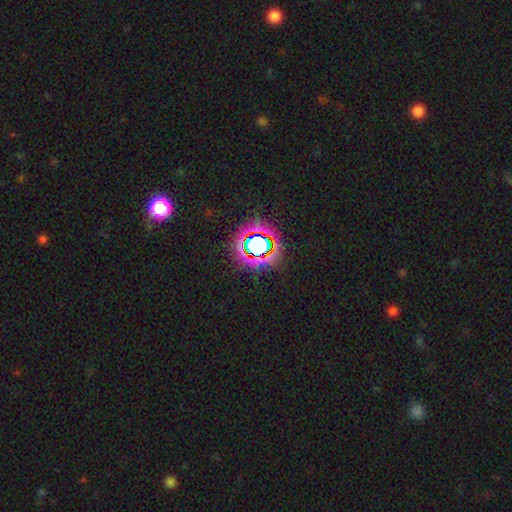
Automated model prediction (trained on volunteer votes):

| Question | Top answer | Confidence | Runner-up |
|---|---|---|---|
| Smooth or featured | star or artifact | 80% | smooth (13%) |